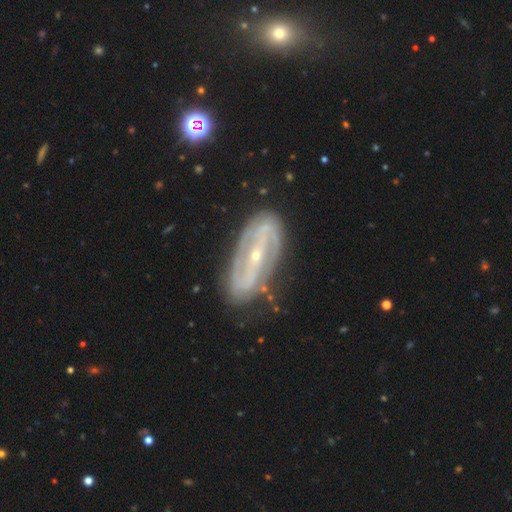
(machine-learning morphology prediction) Overall: featured or disk (86%). Edge-on disk: no (89%). Bar: strong (59%; weak 23%). Spiral arms: yes (84%). Spiral arm count: 2 (74%). Spiral winding: tight (43%; medium 36%). Bulge size: small (77%). Merging: none (73%).